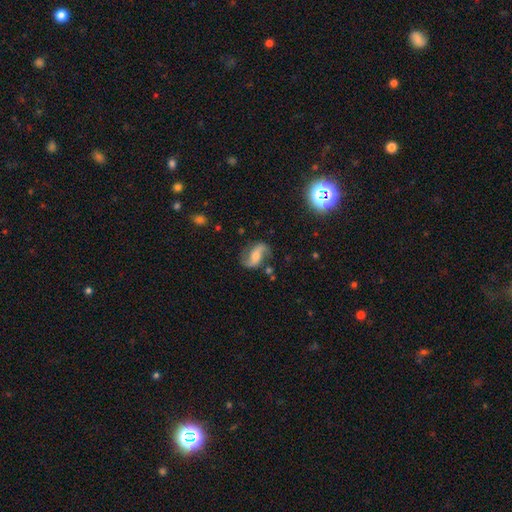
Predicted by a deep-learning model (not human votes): featured or disk 78%, smooth 14%, star or artifact 7%. Down the decision tree: edge-on disk — no (96%); bar — no (43%); spiral arms — yes (94%); spiral arm count — 2 (92%); spiral winding — loose (63%); bulge size — moderate (44%); merging — none (74%).